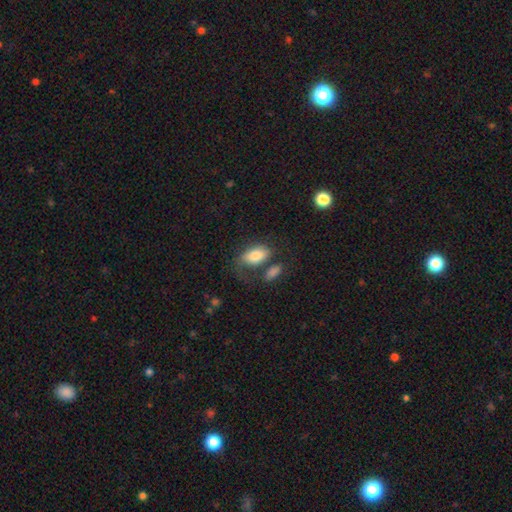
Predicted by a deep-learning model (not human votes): Overall: smooth (80%). How rounded: in between (91%). Merging: none (41%; merger 21%).